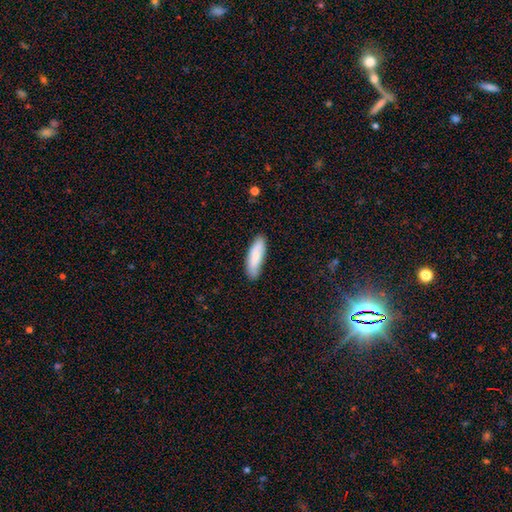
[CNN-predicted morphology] smooth-or-featured: smooth: 83% | featured or disk: 11% | star or artifact: 6%
  how-rounded: in between: 51% | cigar-shaped: 48% | round: 2%
  merging: none: 81% | minor disturbance: 15% | major disturbance: 3% | merger: 1%